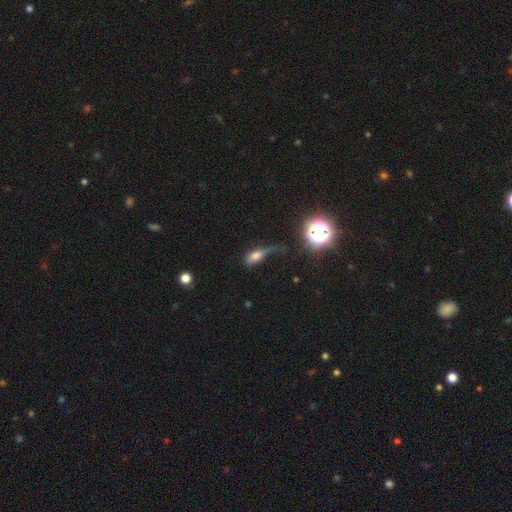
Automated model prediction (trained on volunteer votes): smooth 62%, featured or disk 21%, star or artifact 16%. Down the decision tree: how rounded — in between (67%); merging — major disturbance (39%).